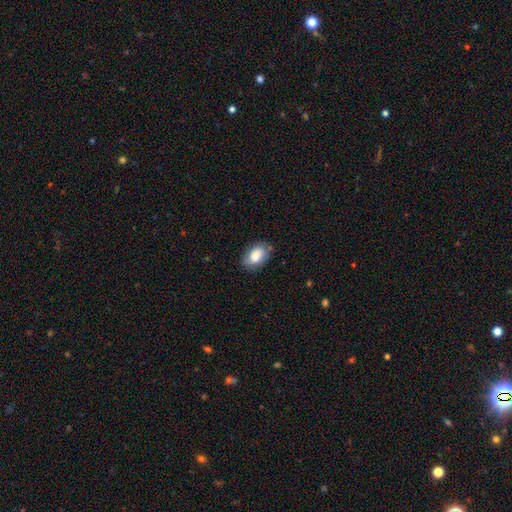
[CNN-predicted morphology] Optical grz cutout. It shows a smooth galaxy with no disk features (74%) that is in between round and cigar-shaped (90%). Merging: none (77%).